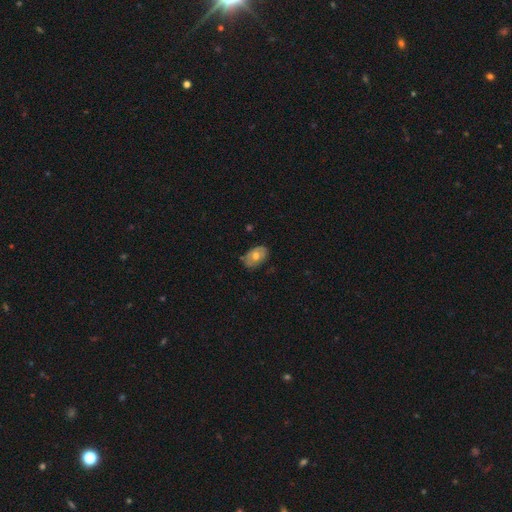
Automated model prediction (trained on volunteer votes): Q: Smooth or featured?
A: smooth (55%); runner-up: featured or disk (38%)
Q: How rounded?
A: in between (86%); runner-up: round (13%)
Q: Merging?
A: none (74%); runner-up: minor disturbance (20%)